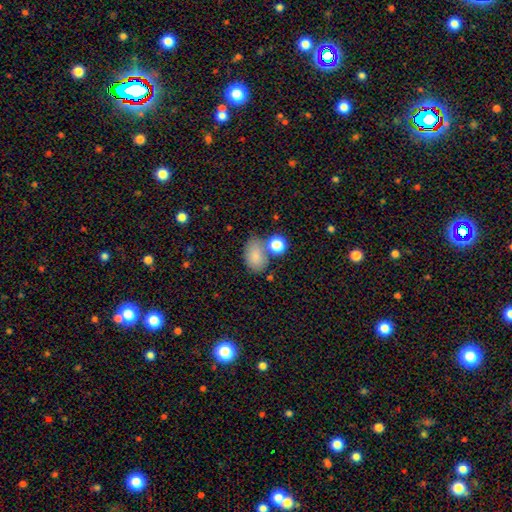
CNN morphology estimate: This is clearly a smooth galaxy (82%). How rounded: clearly in between (85%). Merging: possibly none (56%).